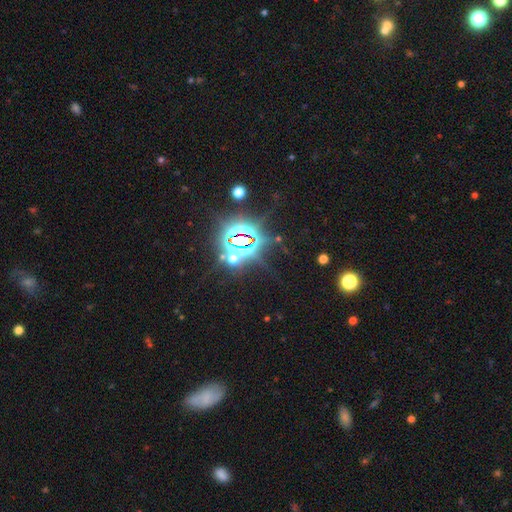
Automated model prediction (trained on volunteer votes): Smooth or featured?
  - star or artifact: 83% *
  - smooth: 10%
  - featured or disk: 7%